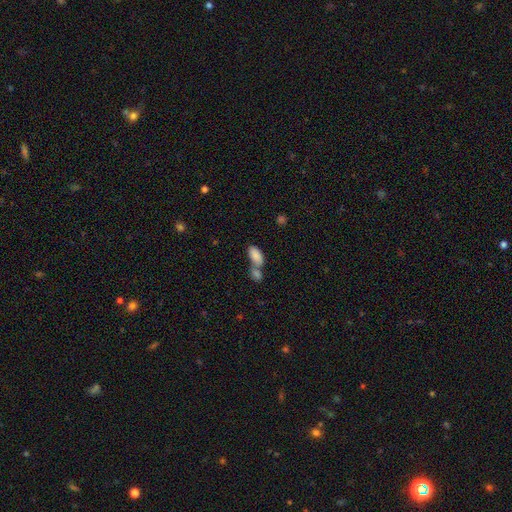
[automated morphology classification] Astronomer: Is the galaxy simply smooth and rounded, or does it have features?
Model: smooth — 85%.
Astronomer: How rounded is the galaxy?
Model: in between — 92%.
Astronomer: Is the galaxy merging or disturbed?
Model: merger — 58%.